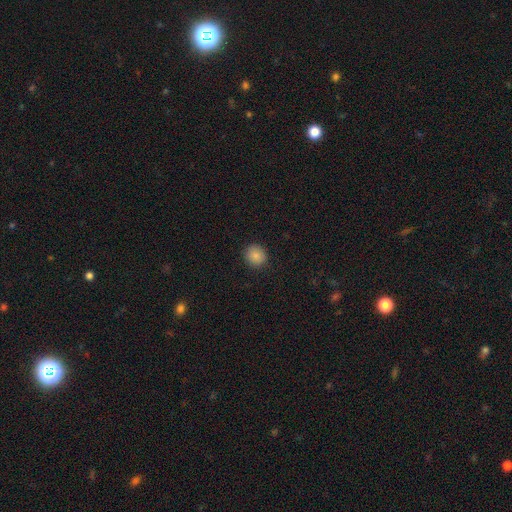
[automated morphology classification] smooth 85%, star or artifact 10%, featured or disk 5%. Down the decision tree: how rounded — round (85%); merging — none (90%).